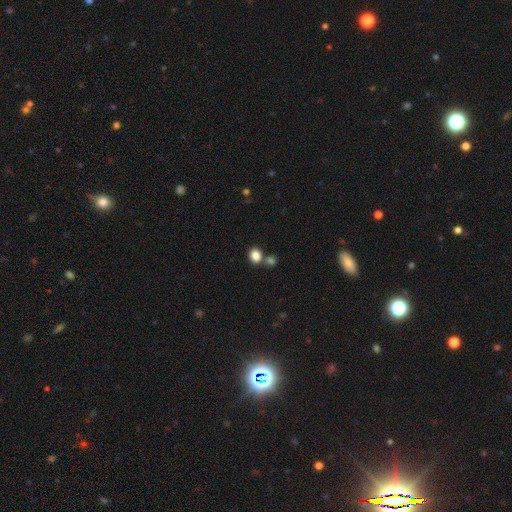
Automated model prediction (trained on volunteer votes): A smooth galaxy with no disk features (85%) that is round (60%).

Vote fractions:
- Smooth or featured? smooth: 85% / star or artifact: 10% / featured or disk: 5%
- How rounded? round: 60% / in between: 39% / cigar-shaped: 1%
- Merging? none: 60% / merger: 27% / minor disturbance: 9% / major disturbance: 3%